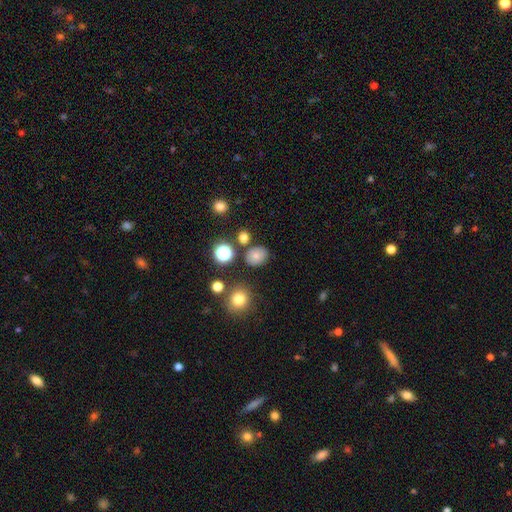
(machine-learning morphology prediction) A smooth galaxy with no disk features (74%) that is round (58%). Merging: none (78%).